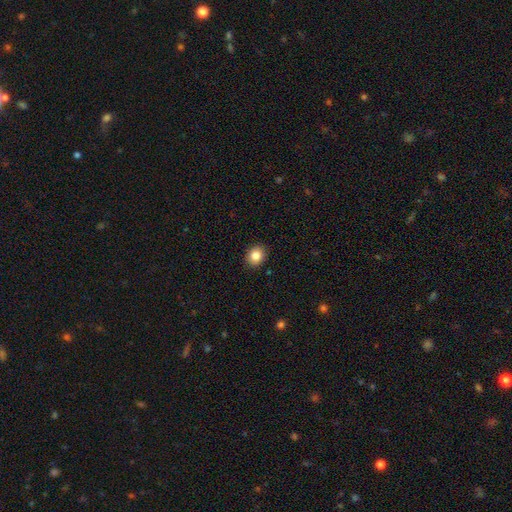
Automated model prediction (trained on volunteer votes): Q: Smooth or featured?
A: smooth (85%); runner-up: star or artifact (9%)
Q: How rounded?
A: round (59%); runner-up: in between (40%)
Q: Merging?
A: none (90%); runner-up: minor disturbance (7%)